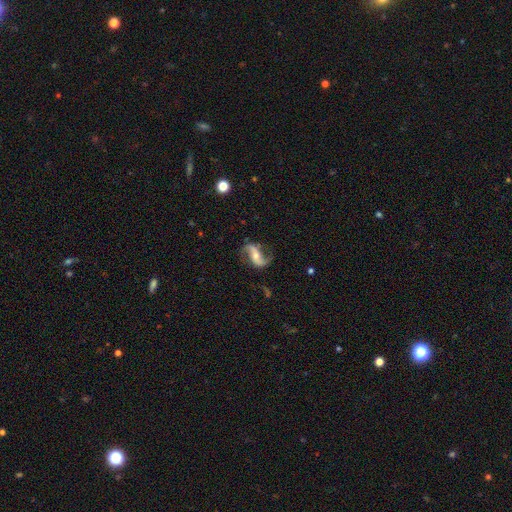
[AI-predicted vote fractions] The model was most divided on "bar": strong: 38%, no: 32%, weak: 30%. More confident: edge-on disk — no (96%); spiral arms — yes (96%); spiral arm count — 2 (93%); smooth or featured — featured or disk (88%); merging — none (77%); spiral winding — loose (71%); bulge size — moderate (52%).